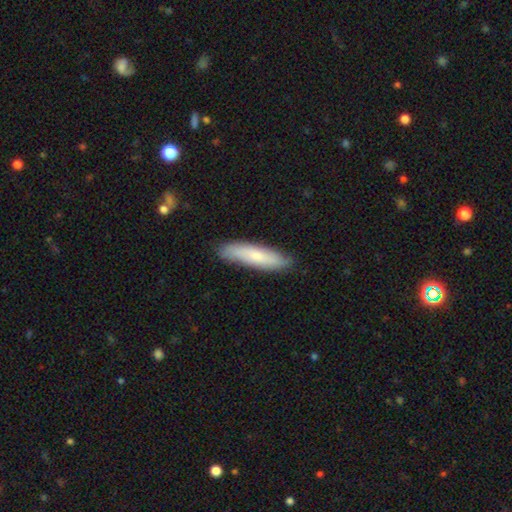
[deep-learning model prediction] Q: Smooth or featured?
A: smooth (69%); runner-up: featured or disk (25%)
Q: How rounded?
A: cigar-shaped (76%); runner-up: in between (23%)
Q: Merging?
A: none (83%); runner-up: minor disturbance (14%)